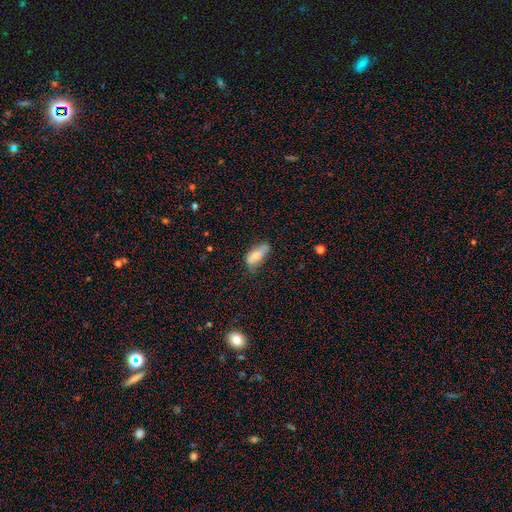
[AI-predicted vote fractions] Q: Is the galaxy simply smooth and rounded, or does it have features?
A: smooth — 70%.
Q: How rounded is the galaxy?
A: in between — 85%.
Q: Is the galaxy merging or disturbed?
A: none — 52%.